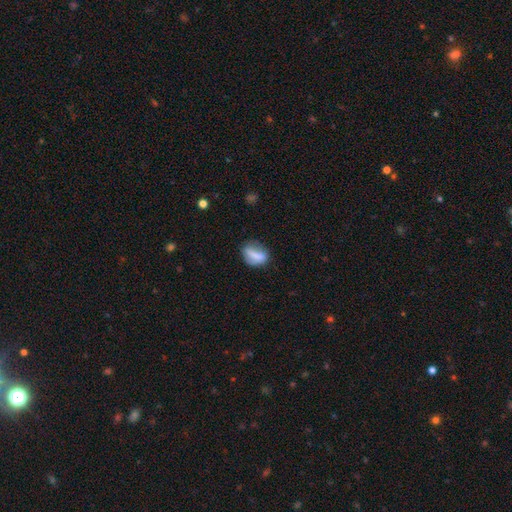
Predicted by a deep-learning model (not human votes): This is likely a smooth galaxy (65%). How rounded: likely in between (63%). Merging: likely none (60%).